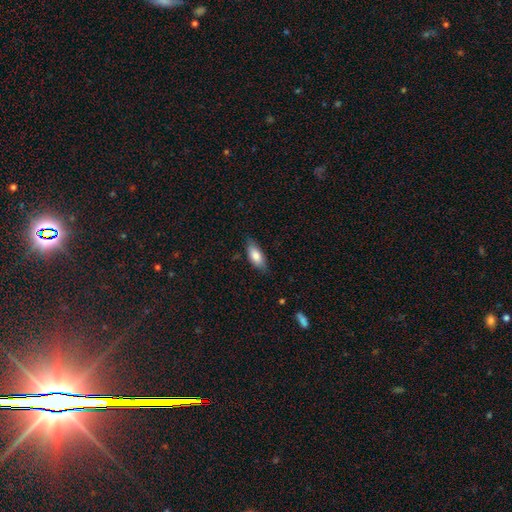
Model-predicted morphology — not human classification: Smooth or featured: smooth — 80% (featured or disk — 14%)
How rounded: in between — 81% (cigar-shaped — 17%)
Merging: none — 77% (minor disturbance — 19%)